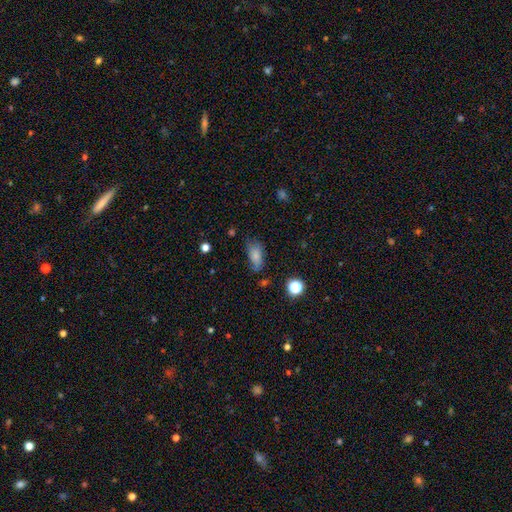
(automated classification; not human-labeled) Smooth or featured? Predicted: smooth (p=0.78). How rounded? Predicted: in between (p=0.87). Merging? Predicted: none (p=0.54).